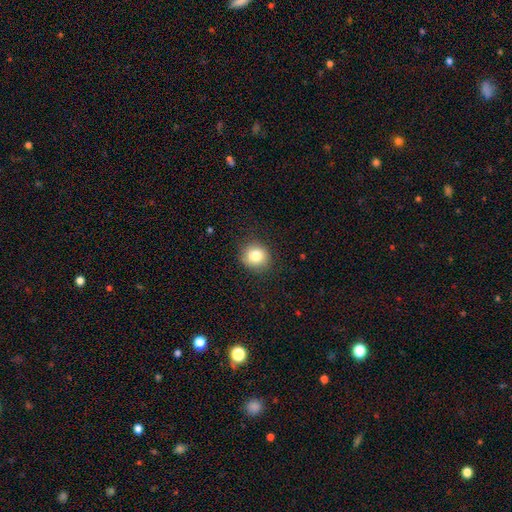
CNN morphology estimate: Overall: smooth (81%). How rounded: round (87%). Merging: none (86%).